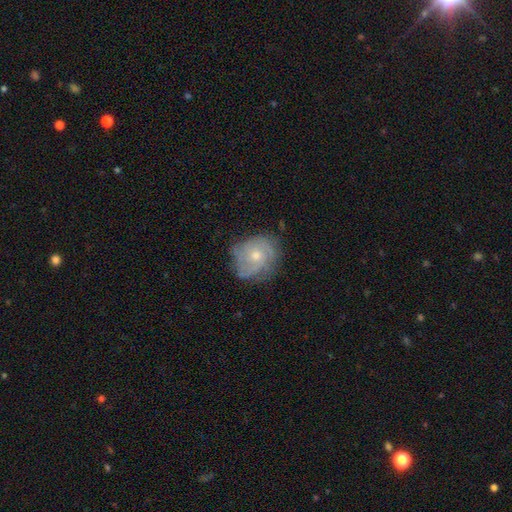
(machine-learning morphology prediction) smooth_or_featured: featured or disk (p=0.68) [alt: smooth p=0.25]
disk_edge_on: no (p=0.97) [alt: yes p=0.03]
bar: no (p=0.81) [alt: weak p=0.17]
has_spiral_arms: yes (p=0.84) [alt: no p=0.16]
spiral_winding: tight (p=0.54) [alt: medium p=0.34]
spiral_arm_count: can't tell (p=0.40) [alt: 2 p=0.21]
bulge_size: moderate (p=0.54) [alt: small p=0.41]
merging: none (p=0.65) [alt: minor disturbance p=0.24]